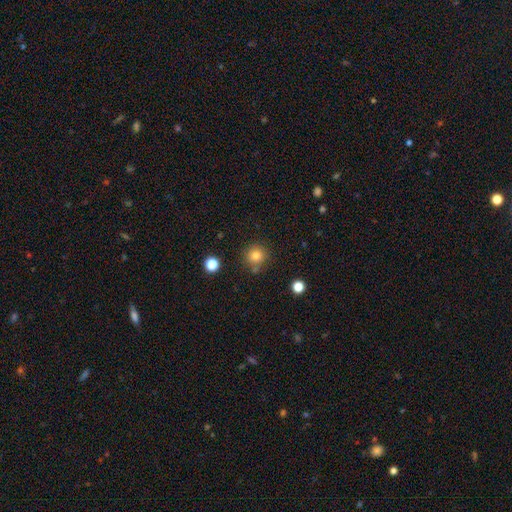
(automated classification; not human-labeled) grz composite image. It shows a smooth galaxy with no disk features (81%) that is round (93%). Merging: none (78%).